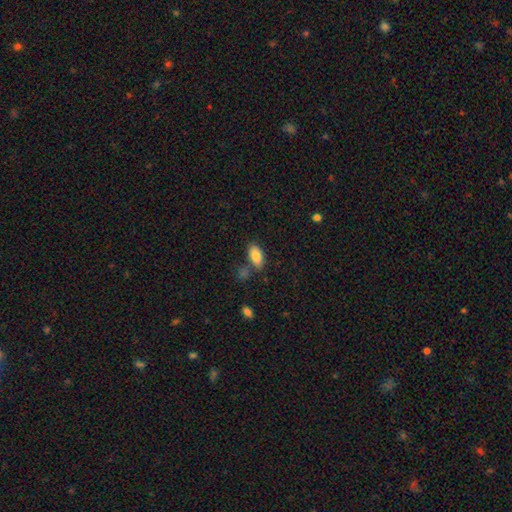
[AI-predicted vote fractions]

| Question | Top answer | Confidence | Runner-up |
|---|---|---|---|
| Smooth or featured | smooth | 86% | star or artifact (7%) |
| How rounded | in between | 92% | cigar-shaped (5%) |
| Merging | none | 74% | minor disturbance (13%) |